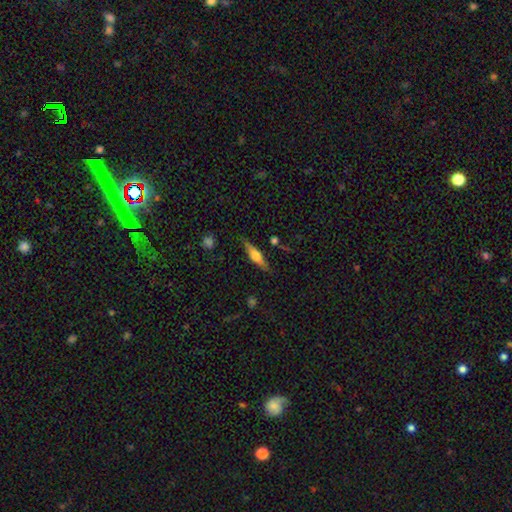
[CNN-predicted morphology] Smooth or featured?
  - featured or disk: 60% *
  - smooth: 34%
  - star or artifact: 7%
Edge-on disk?
  - yes: 96% *
  - no: 4%
Edge-on bulge?
  - rounded: 90% *
  - boxy: 7%
  - none: 3%
Merging?
  - none: 86% *
  - minor disturbance: 9%
  - major disturbance: 2%
  - merger: 2%